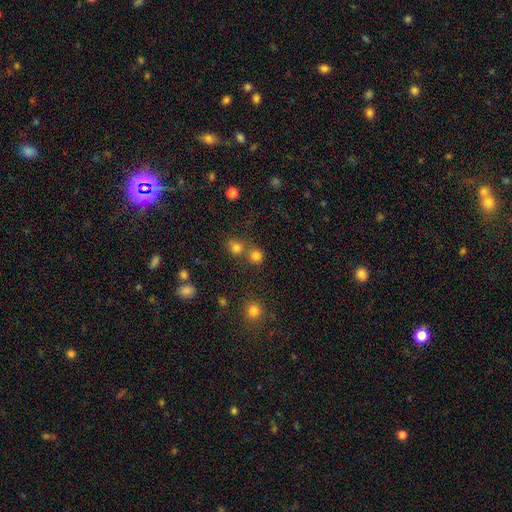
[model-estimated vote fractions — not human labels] Smooth or featured? Predicted: smooth (p=0.77). How rounded? Predicted: round (p=0.89). Merging? Predicted: none (p=0.60).